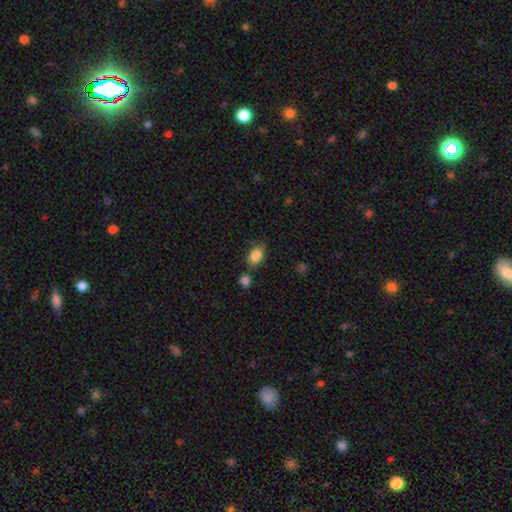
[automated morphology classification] A smooth galaxy with no disk features (86%) that is in between round and cigar-shaped (86%). Merging: none (67%).